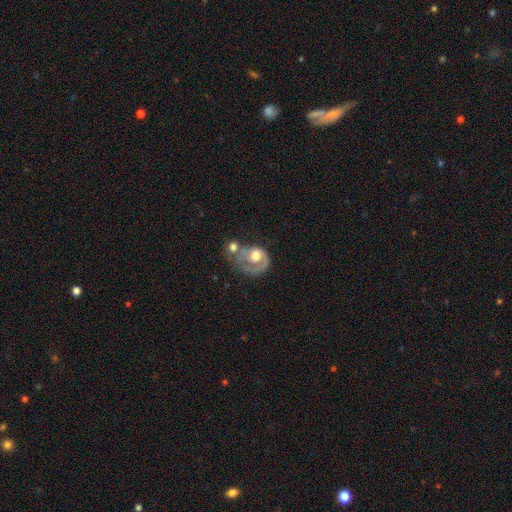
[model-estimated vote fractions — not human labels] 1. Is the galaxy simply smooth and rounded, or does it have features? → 62% featured or disk, 32% smooth, 6% star or artifact.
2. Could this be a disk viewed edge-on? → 97% no, 3% yes.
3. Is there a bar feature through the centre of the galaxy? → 81% no, 15% weak, 3% strong.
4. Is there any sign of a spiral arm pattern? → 58% yes, 42% no.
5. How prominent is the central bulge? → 51% moderate, 35% large, 7% small, 4% none, 3% dominant.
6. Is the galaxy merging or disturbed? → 28% merger (tied), 28% none (tied), 27% major disturbance, 17% minor disturbance.